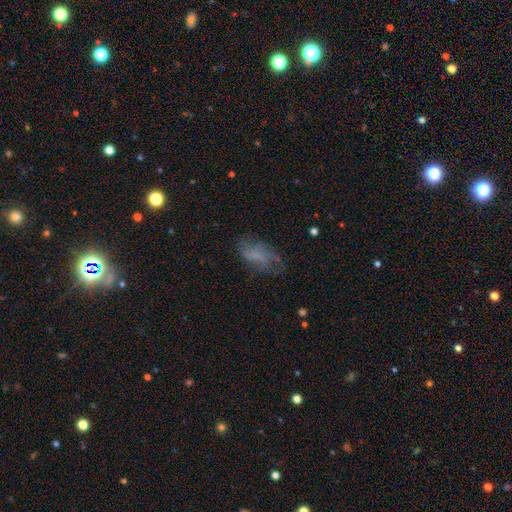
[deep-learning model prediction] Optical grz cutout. It shows a smooth galaxy with no disk features (44%). Merging: none (51%).